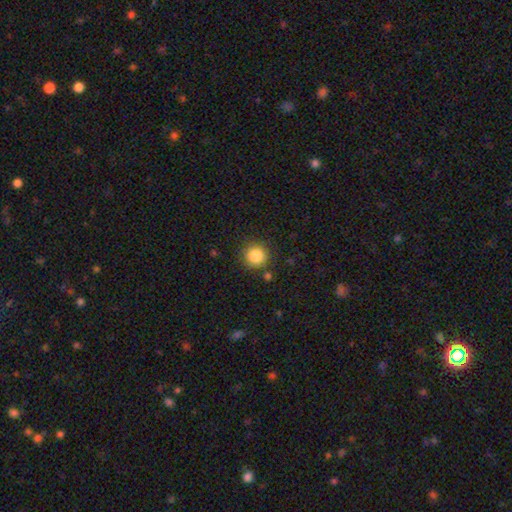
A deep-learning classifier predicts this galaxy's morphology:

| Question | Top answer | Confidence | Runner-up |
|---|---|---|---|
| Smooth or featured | smooth | 86% | star or artifact (10%) |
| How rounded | round | 93% | in between (6%) |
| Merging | none | 86% | minor disturbance (8%) |